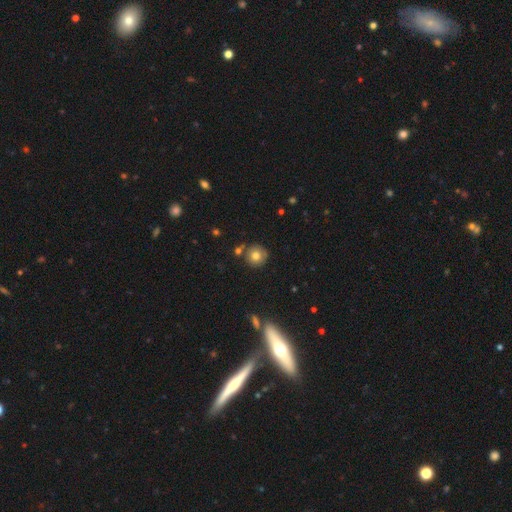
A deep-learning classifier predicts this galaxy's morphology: smooth_or_featured: smooth (p=0.76) [alt: featured or disk p=0.12]
how_rounded: round (p=0.94) [alt: in between p=0.05]
merging: none (p=0.79) [alt: minor disturbance p=0.09]